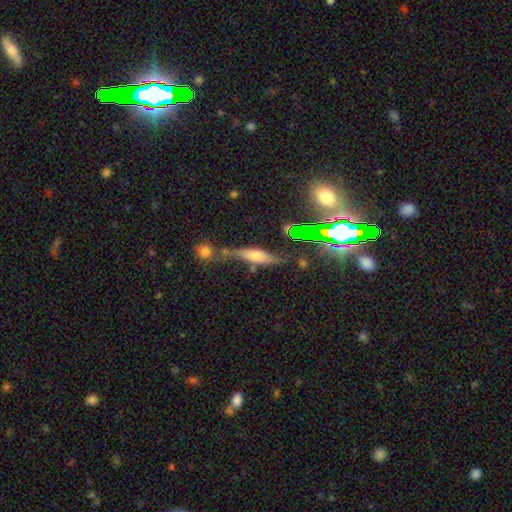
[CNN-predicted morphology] smooth_or_featured: featured or disk (p=0.48) [alt: smooth p=0.34]
merging: none (p=0.60) [alt: minor disturbance p=0.21]